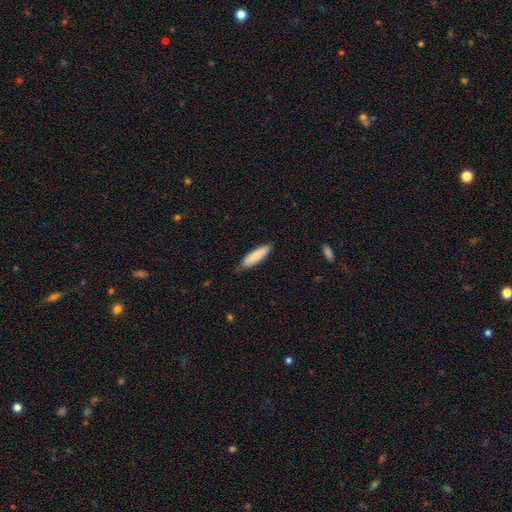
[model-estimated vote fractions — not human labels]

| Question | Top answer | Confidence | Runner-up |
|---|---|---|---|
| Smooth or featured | smooth | 84% | featured or disk (11%) |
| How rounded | cigar-shaped | 64% | in between (34%) |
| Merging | none | 77% | minor disturbance (19%) |